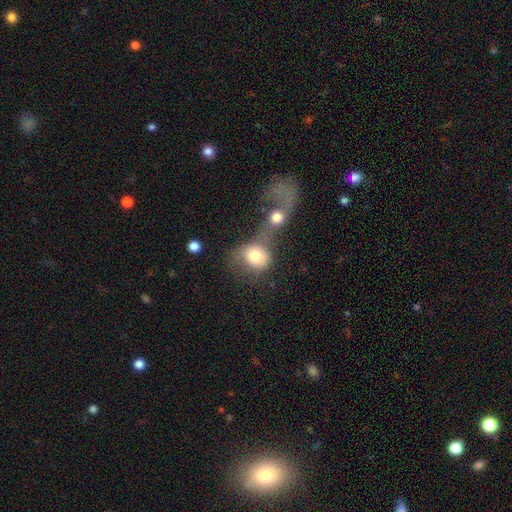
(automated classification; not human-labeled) Smooth or featured: smooth — 73% (featured or disk — 18%)
How rounded: round — 67% (in between — 31%)
Merging: merger — 68% (major disturbance — 13%)